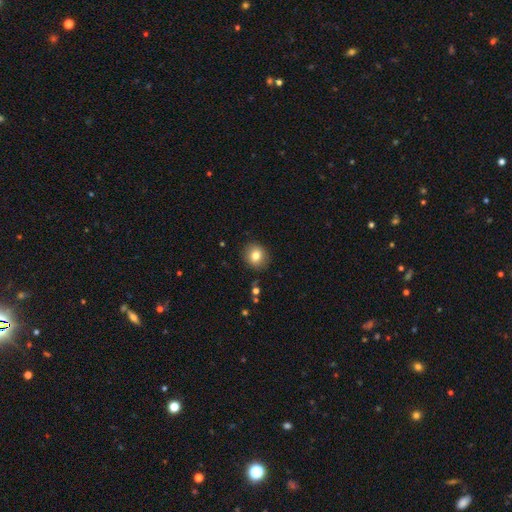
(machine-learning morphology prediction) Smooth or featured: smooth — 80% (star or artifact — 10%)
How rounded: round — 80% (in between — 19%)
Merging: none — 89% (minor disturbance — 8%)